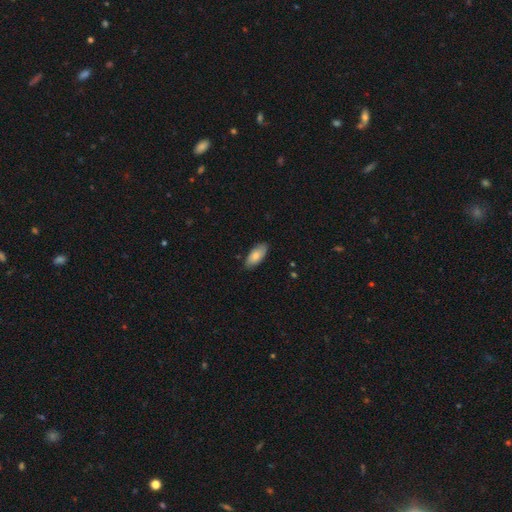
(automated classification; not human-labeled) A smooth galaxy with no disk features (76%) that is in between round and cigar-shaped (90%). Merging: none (82%).